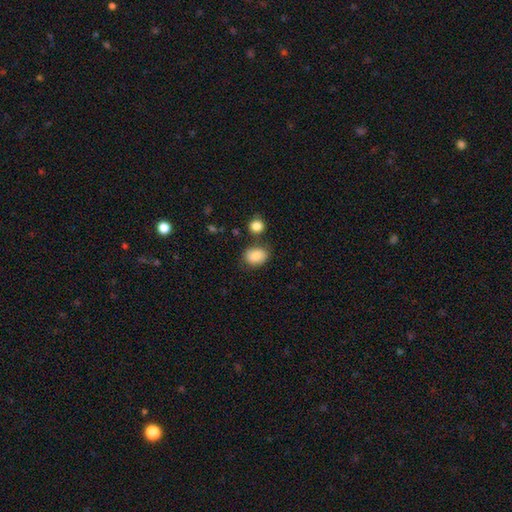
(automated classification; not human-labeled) Q: Smooth or featured?
A: smooth (83%); runner-up: featured or disk (9%)
Q: How rounded?
A: in between (59%); runner-up: round (40%)
Q: Merging?
A: none (70%); runner-up: minor disturbance (17%)